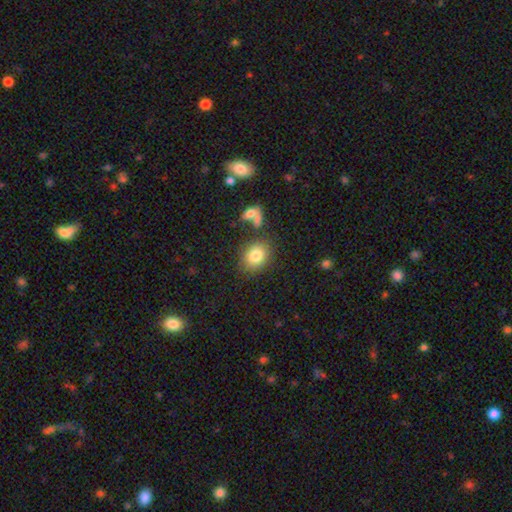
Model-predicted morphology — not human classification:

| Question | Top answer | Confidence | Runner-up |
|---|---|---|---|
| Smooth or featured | smooth | 81% | star or artifact (10%) |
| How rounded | in between | 49% | tied: round (49%) |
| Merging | none | 74% | minor disturbance (13%) |